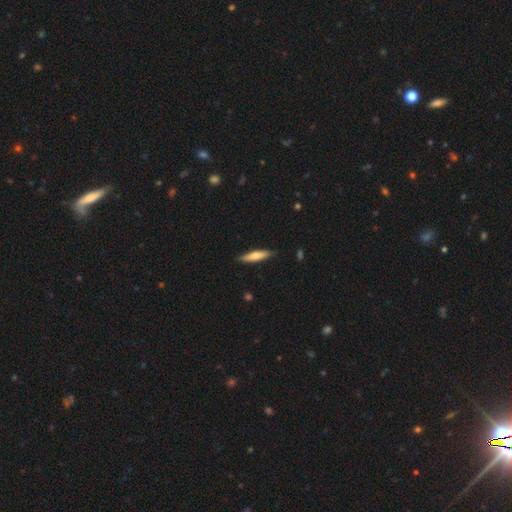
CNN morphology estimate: smooth 64%, featured or disk 31%, star or artifact 5%. Down the decision tree: how rounded — cigar-shaped (82%); merging — none (87%).